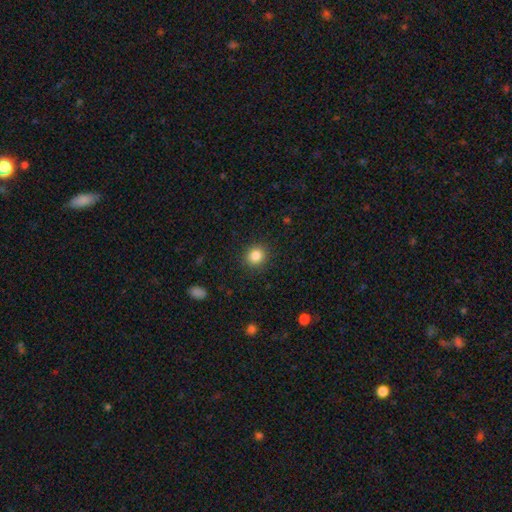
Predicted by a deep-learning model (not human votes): Smooth or featured? Predicted: smooth (p=0.85). How rounded? Predicted: round (p=0.85). Merging? Predicted: none (p=0.90).